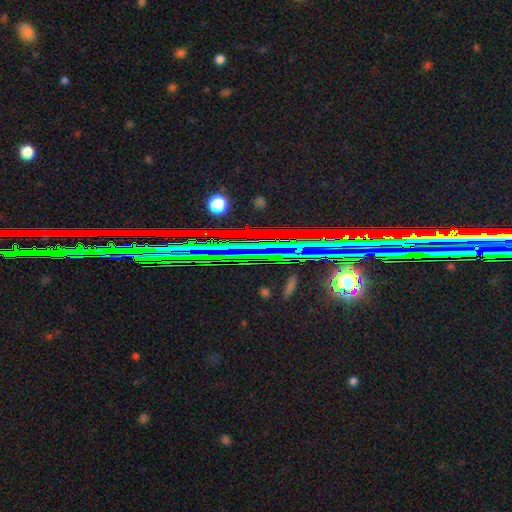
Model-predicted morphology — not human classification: A star or artifact, not a galaxy (76%).

Vote fractions:
- Smooth or featured? star or artifact: 76% / featured or disk: 13% / smooth: 11%